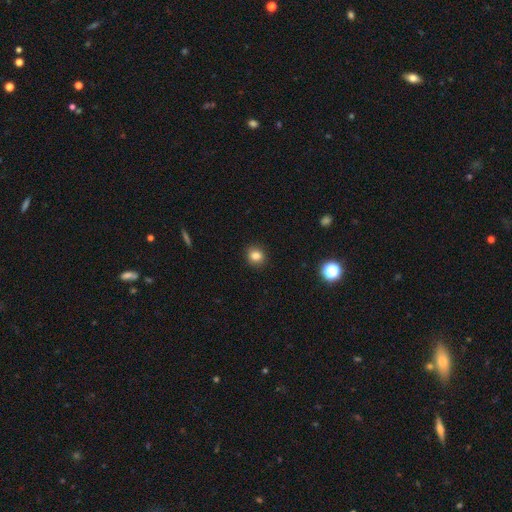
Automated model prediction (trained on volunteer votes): This is clearly a smooth galaxy (83%). How rounded: likely round (80%). Merging: clearly none (91%).